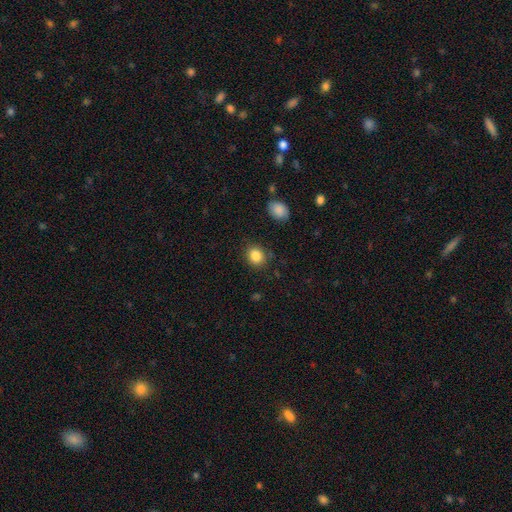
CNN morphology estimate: smooth_or_featured: smooth (p=0.85) [alt: star or artifact p=0.10]
how_rounded: round (p=0.64) [alt: in between p=0.35]
merging: none (p=0.83) [alt: minor disturbance p=0.12]